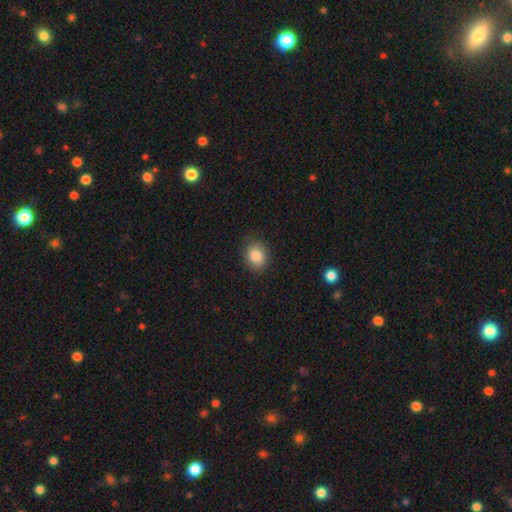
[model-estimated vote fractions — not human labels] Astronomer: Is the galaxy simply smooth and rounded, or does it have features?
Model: smooth — 86%.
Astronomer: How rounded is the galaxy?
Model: round — 58% (runner-up: in between, 41%).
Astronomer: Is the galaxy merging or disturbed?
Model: none — 84%.